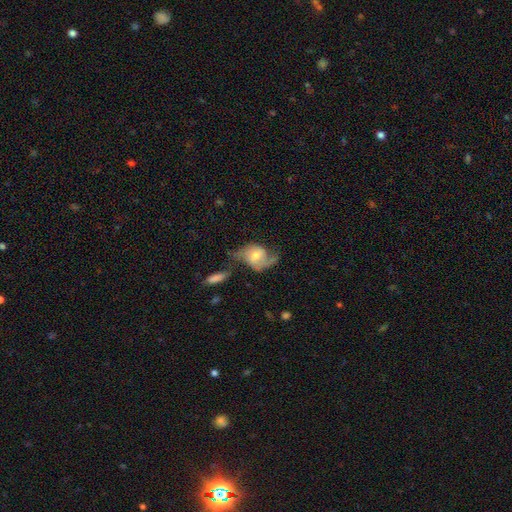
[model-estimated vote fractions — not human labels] The model was most divided on "spiral winding": loose: 52%, medium: 36%, tight: 12%. Remaining: edge-on disk — no (96%); spiral arms — yes (91%); spiral arm count — 2 (75%); smooth or featured — featured or disk (71%); bar — no (56%); bulge size — moderate (54%); merging — none (41%).